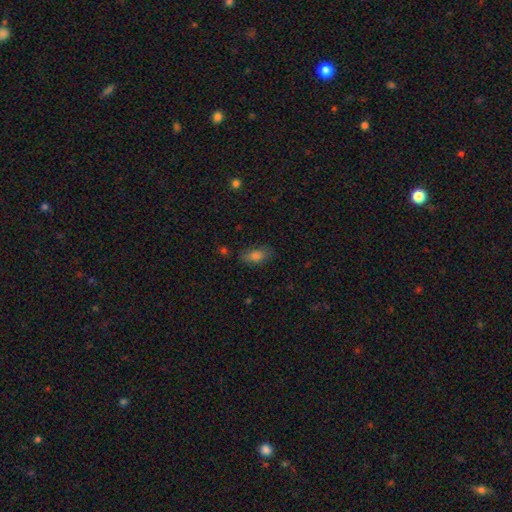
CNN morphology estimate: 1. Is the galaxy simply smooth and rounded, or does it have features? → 76% smooth, 13% star or artifact, 10% featured or disk.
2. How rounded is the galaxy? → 83% in between, 11% cigar-shaped, 6% round.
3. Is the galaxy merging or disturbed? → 74% none, 18% minor disturbance, 5% major disturbance, 3% merger.